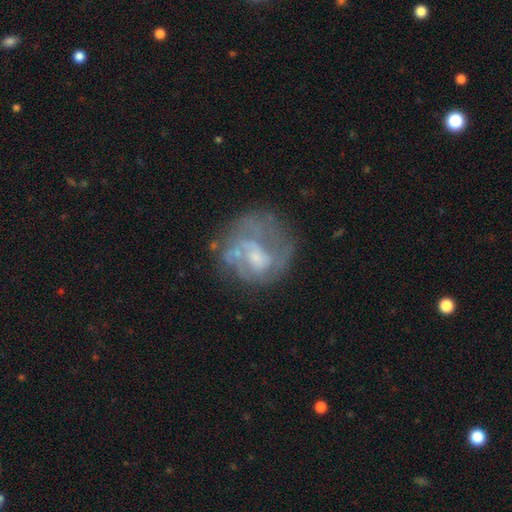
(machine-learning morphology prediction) Overall: featured or disk (68%). Edge-on disk: no (98%). Bar: no (62%; weak 32%). Spiral arms: yes (63%; no 37%). Bulge size: small (39%; moderate 32%). Merging: none (47%; major disturbance 28%).